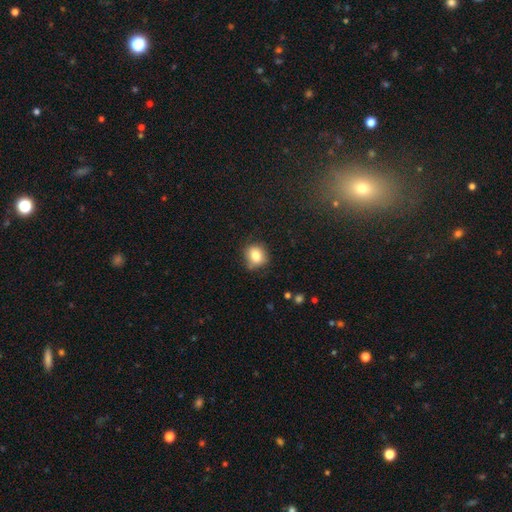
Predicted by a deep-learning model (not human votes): Smooth or featured? smooth (81%)
How rounded? round (74%)
Merging? none (74%)